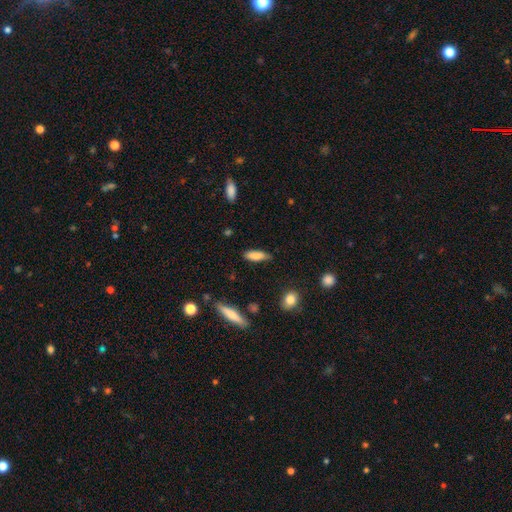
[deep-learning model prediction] Smooth or featured?
  - smooth: 84% *
  - featured or disk: 10%
  - star or artifact: 7%
How rounded?
  - in between: 53% *
  - cigar-shaped: 45%
  - round: 2%
Merging?
  - none: 79% *
  - minor disturbance: 16%
  - major disturbance: 3%
  - merger: 2%